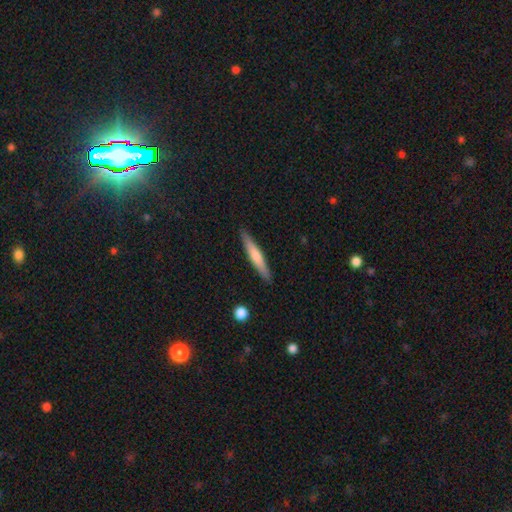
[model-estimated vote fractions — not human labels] The model was most divided on "smooth or featured": smooth: 54%, featured or disk: 40%, star or artifact: 6%. More confident: how rounded — cigar-shaped (94%); merging — none (91%).